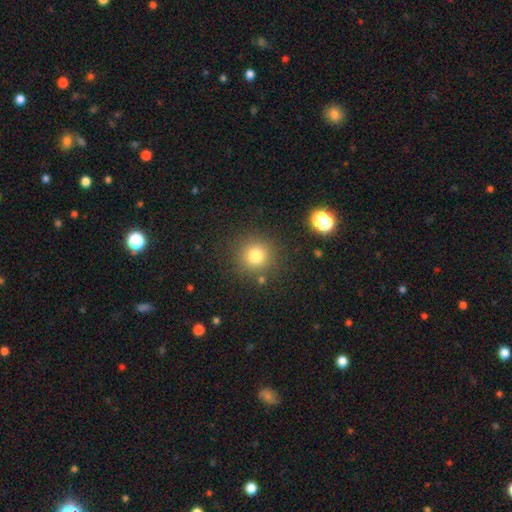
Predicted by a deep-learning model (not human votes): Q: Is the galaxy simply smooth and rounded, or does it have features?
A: smooth — 78%.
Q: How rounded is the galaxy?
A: round — 94%.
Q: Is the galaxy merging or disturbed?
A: none — 86%.